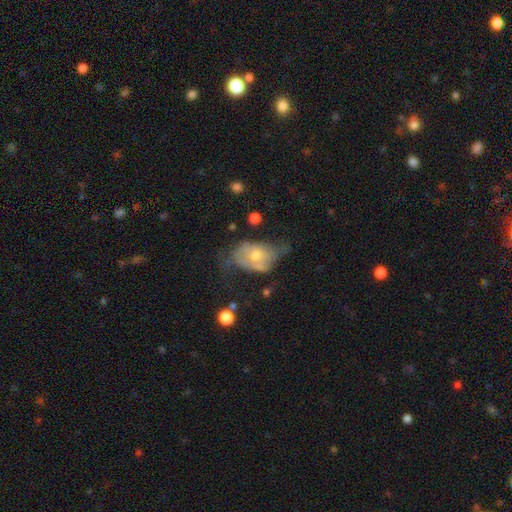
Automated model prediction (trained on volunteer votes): featured or disk 52%, smooth 39%, star or artifact 9%. Down the decision tree: edge-on disk — no (93%); merging — major disturbance (35%).